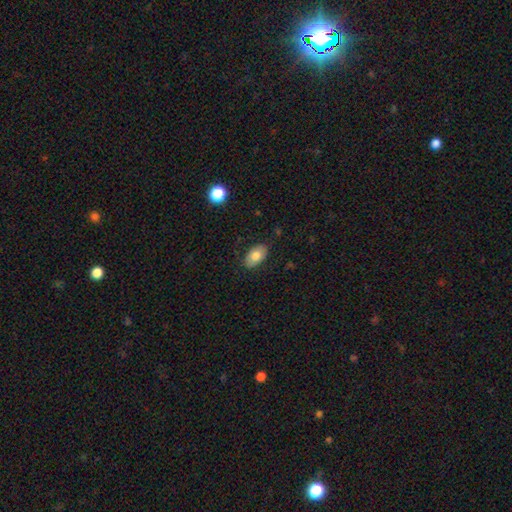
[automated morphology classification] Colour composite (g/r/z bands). It shows a smooth galaxy with no disk features (79%) that is in between round and cigar-shaped (92%). Merging: none (84%).